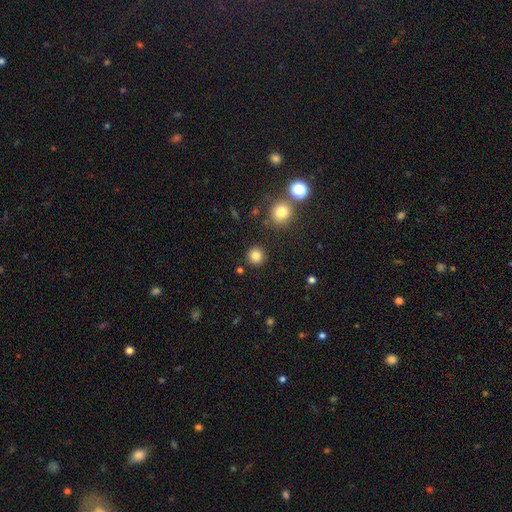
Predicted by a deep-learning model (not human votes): smooth-or-featured: smooth: 84% | star or artifact: 12% | featured or disk: 4%
  how-rounded: round: 93% | in between: 6% | cigar-shaped: 1%
  merging: none: 90% | minor disturbance: 6% | merger: 3% | major disturbance: 2%